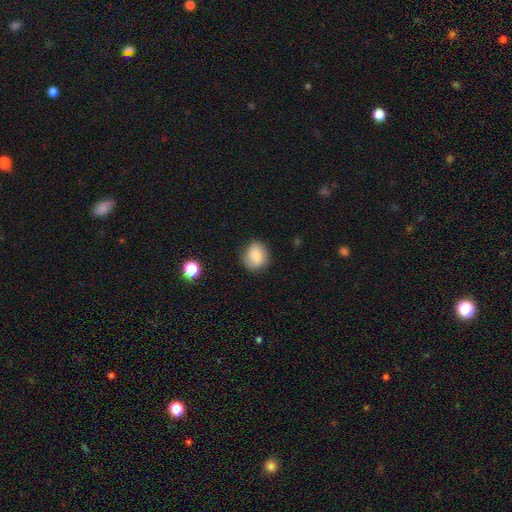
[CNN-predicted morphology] Smooth or featured? Predicted: smooth (p=0.70). How rounded? Predicted: round (p=0.75). Merging? Predicted: none (p=0.78).